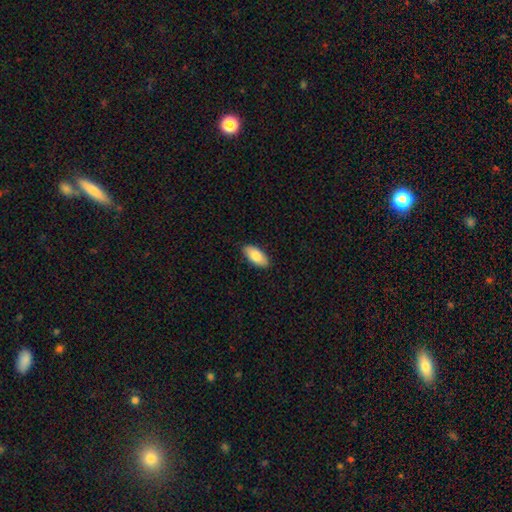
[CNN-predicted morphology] type=smooth (84%); roundness=in between (91%); merging=none (89%).